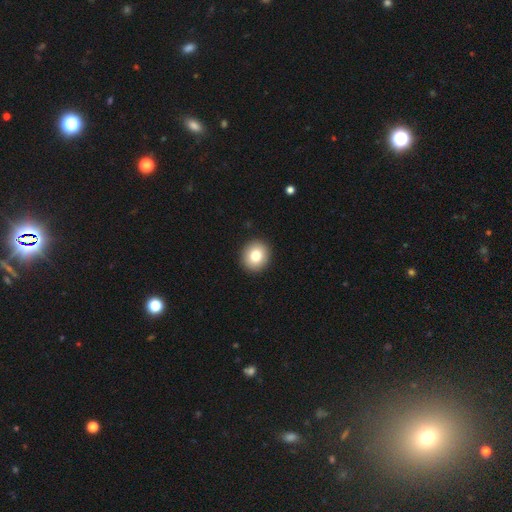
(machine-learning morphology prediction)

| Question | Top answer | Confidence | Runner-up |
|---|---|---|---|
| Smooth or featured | smooth | 80% | featured or disk (11%) |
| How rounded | round | 87% | in between (12%) |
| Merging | none | 93% | minor disturbance (5%) |